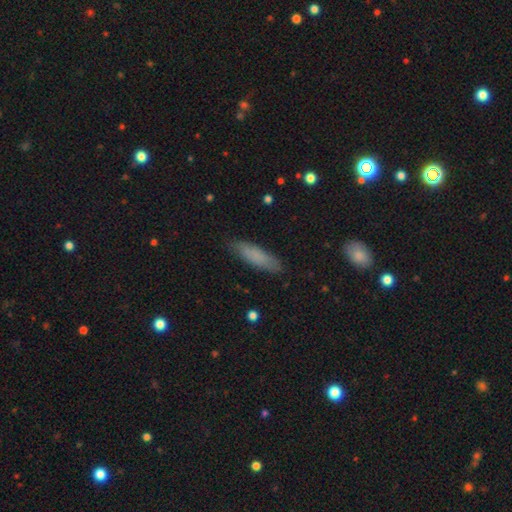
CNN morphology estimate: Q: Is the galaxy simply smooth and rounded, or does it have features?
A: smooth — 80%.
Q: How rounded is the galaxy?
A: cigar-shaped — 64%.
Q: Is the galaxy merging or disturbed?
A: none — 85%.